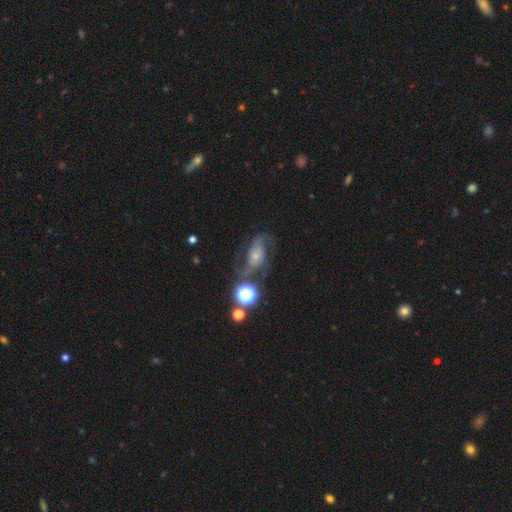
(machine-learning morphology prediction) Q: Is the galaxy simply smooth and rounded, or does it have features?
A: featured or disk — 74%.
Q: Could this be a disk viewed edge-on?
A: no — 96%.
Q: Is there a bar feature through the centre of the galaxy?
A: no — 67%.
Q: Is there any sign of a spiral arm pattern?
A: yes — 93%.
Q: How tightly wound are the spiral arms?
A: medium — 46%.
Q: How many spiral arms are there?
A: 2 — 82%.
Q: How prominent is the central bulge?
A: small — 64%.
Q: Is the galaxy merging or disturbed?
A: none — 54%.